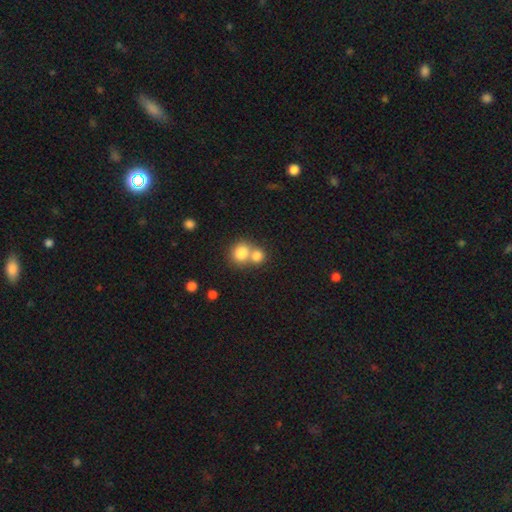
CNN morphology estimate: This appears to be a smooth galaxy with no disk features (79%) that is round (81%). Merging: merger (55%).